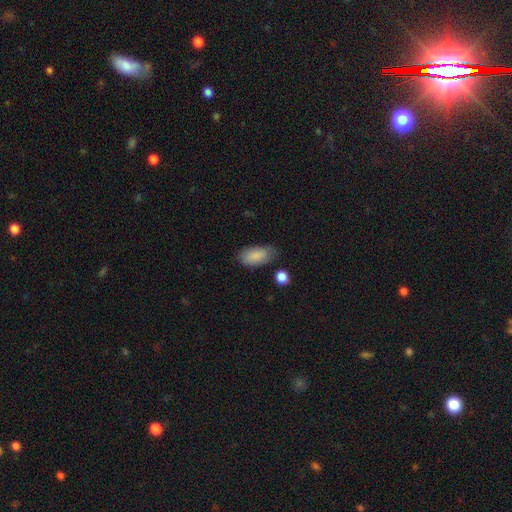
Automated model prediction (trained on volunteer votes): A smooth galaxy with no disk features (86%) that is in between round and cigar-shaped (92%). Merging: none (71%).